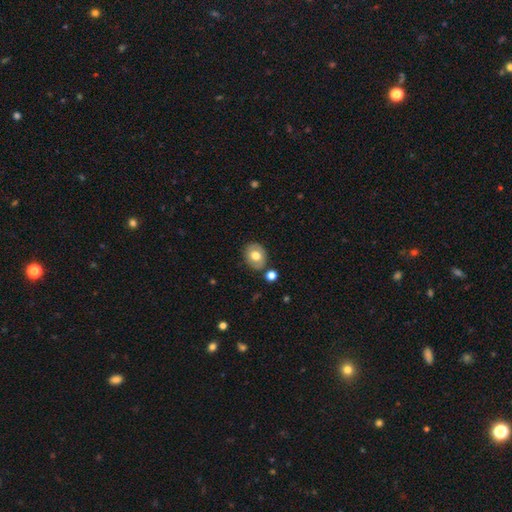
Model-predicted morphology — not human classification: Smooth or featured?
  - smooth: 67% *
  - featured or disk: 25%
  - star or artifact: 8%
How rounded?
  - in between: 52% *
  - round: 47%
  - cigar-shaped: 1%
Merging?
  - none: 80% *
  - minor disturbance: 12%
  - merger: 5%
  - major disturbance: 3%